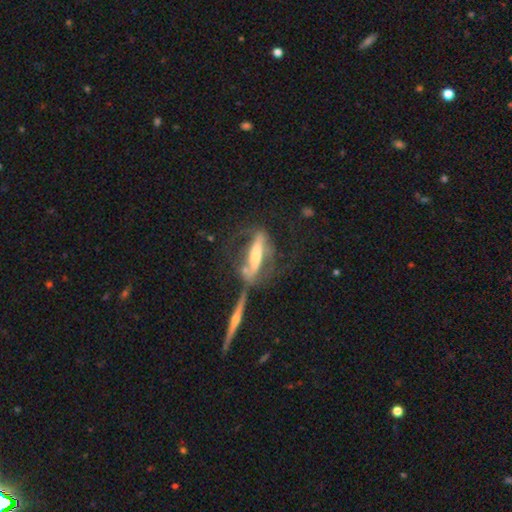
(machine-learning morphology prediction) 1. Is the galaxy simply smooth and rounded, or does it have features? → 71% featured or disk, 21% smooth, 7% star or artifact.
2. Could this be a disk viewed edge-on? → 61% yes, 39% no.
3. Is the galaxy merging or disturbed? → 39% none, 27% merger, 18% major disturbance, 16% minor disturbance.